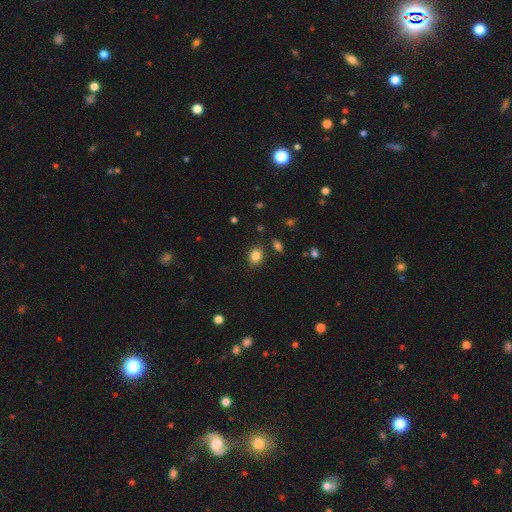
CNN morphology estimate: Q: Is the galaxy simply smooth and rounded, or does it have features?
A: smooth — 84%.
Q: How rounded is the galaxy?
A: in between — 50%.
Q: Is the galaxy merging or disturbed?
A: none — 84%.